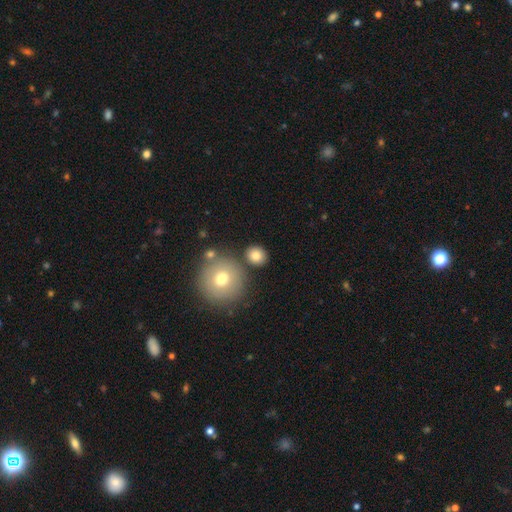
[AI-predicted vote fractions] smooth 82%, star or artifact 10%, featured or disk 8%. Down the decision tree: how rounded — round (77%); merging — none (80%).